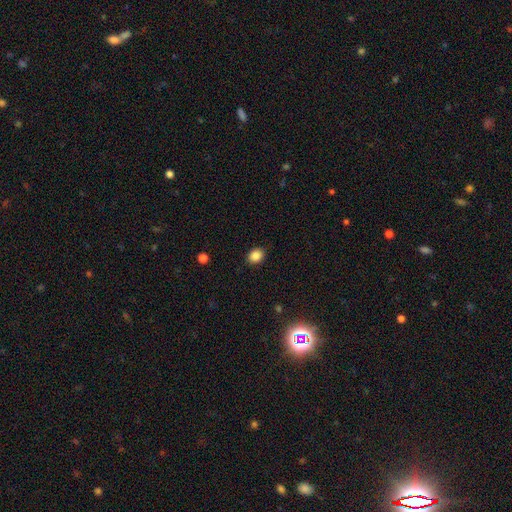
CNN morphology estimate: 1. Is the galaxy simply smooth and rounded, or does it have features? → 86% smooth, 10% star or artifact, 4% featured or disk.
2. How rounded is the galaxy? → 52% in between, 47% round, 1% cigar-shaped.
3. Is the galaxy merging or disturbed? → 88% none, 9% minor disturbance, 2% major disturbance, 1% merger.